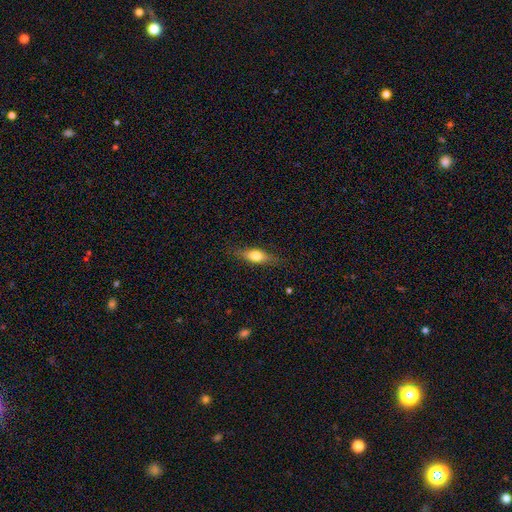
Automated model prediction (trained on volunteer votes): Morphology: type=smooth (65%); roundness=in between (60%); merging=none (82%).